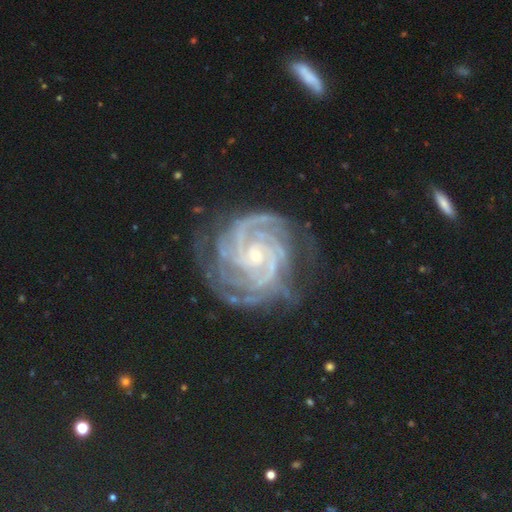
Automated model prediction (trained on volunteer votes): Smooth or featured? featured or disk (90%)
Edge-on disk? no (98%)
Bar? no (65%)
Spiral arms? yes (98%)
Spiral winding? tight (74%)
Spiral arm count? 3 (24%)
Bulge size? small (78%)
Merging? none (72%)